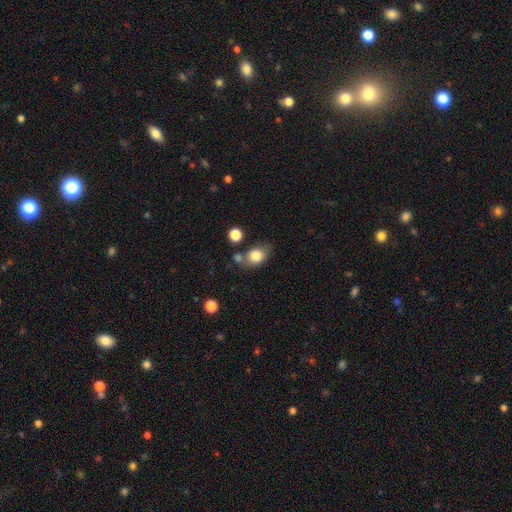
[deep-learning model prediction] This is clearly a smooth galaxy (81%). How rounded: possibly in between (55%). Merging: possibly none (58%).